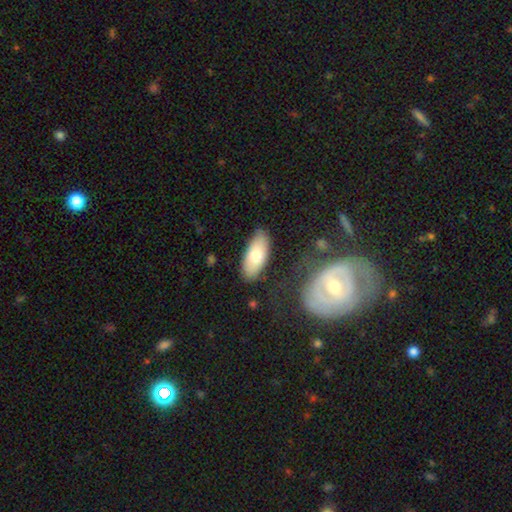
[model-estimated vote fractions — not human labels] Smooth or featured? Predicted: smooth (p=0.76). How rounded? Predicted: in between (p=0.87). Merging? Predicted: none (p=0.81).